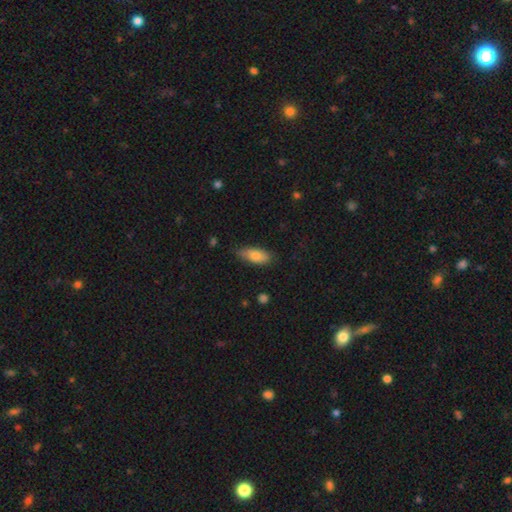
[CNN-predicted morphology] A smooth galaxy with no disk features (77%) that is in between round and cigar-shaped (79%). Merging: none (71%).